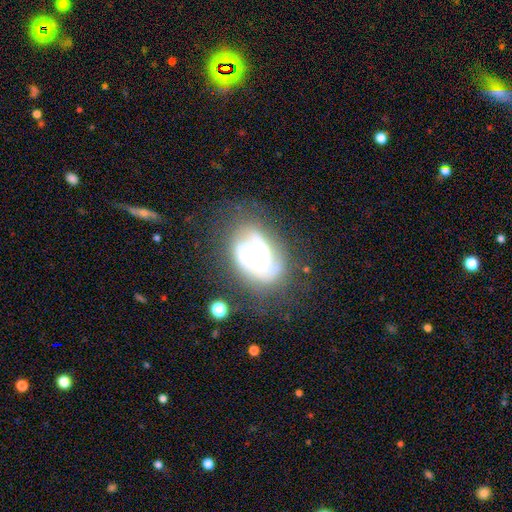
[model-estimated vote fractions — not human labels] This is likely a featured or disk galaxy (75%). It is clearly not viewed edge-on (97%). Bar: likely no (66%). Spiral arm pattern: likely yes (66%). Central bulge: possibly moderate (52%). Merging: possibly none (51%).